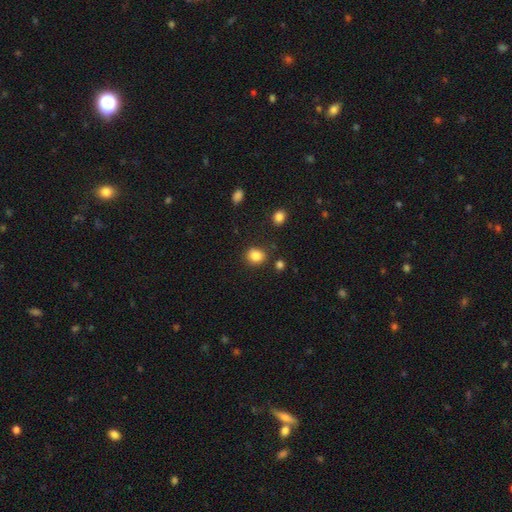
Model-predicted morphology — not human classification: smooth-or-featured: smooth: 85% | star or artifact: 10% | featured or disk: 4%
  how-rounded: round: 68% | in between: 31% | cigar-shaped: 1%
  merging: none: 80% | minor disturbance: 12% | merger: 4% | major disturbance: 4%